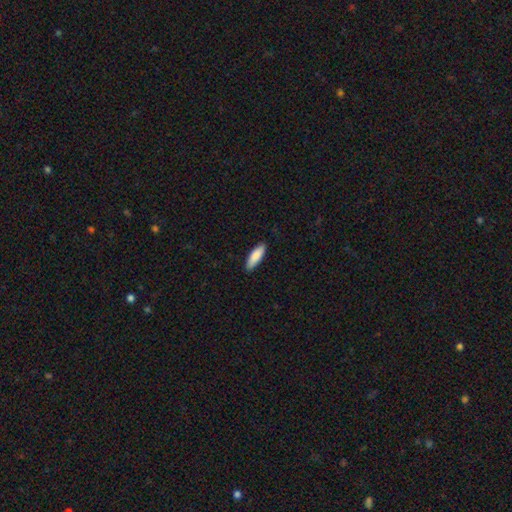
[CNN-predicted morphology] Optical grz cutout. It shows a smooth galaxy with no disk features (87%) that is in between round and cigar-shaped (50%). Merging: none (88%).